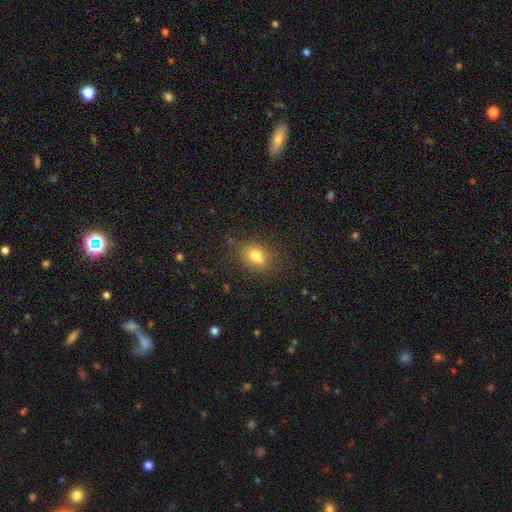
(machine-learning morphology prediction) Overall: smooth (75%). How rounded: in between (52%; round 46%). Merging: none (72%).